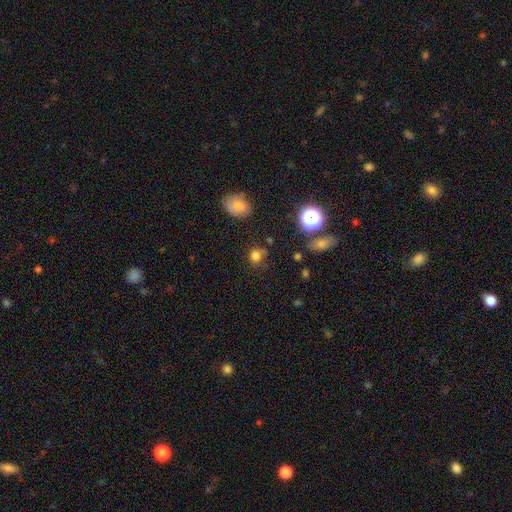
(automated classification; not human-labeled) A smooth galaxy with no disk features (76%) that is round (82%). Merging: none (69%).